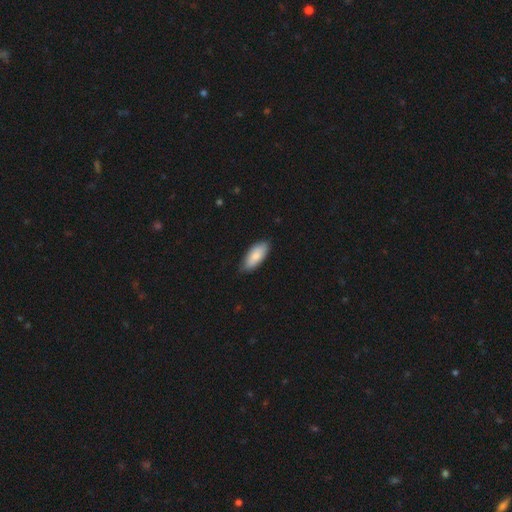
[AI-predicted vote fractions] A smooth galaxy with no disk features (81%) that is in between round and cigar-shaped (88%).

Vote fractions:
- Smooth or featured? smooth: 81% / featured or disk: 14% / star or artifact: 5%
- How rounded? in between: 88% / cigar-shaped: 10% / round: 2%
- Merging? none: 78% / minor disturbance: 19% / major disturbance: 2% / merger: 1%